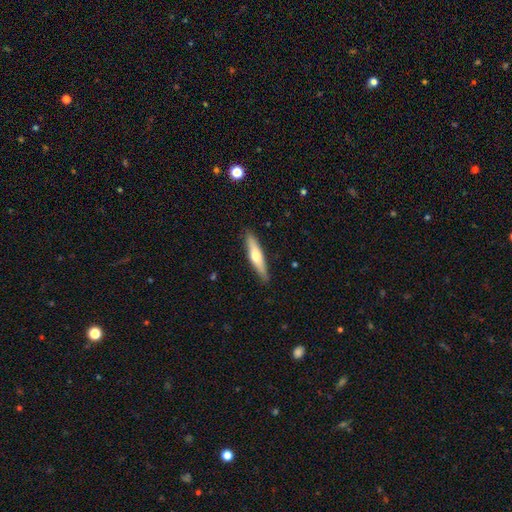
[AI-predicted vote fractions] This appears to be a smooth galaxy with no disk features (50%) that is cigar-shaped (83%). Merging: none (87%).